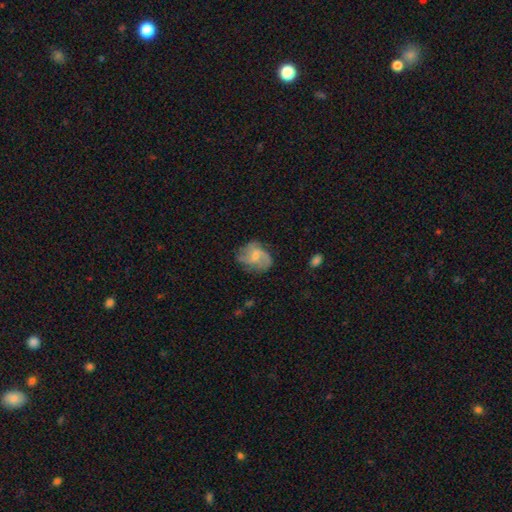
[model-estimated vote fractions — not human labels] This appears to be a featured or disk galaxy (65%) with a weak bar (47%), 2 (40%) medium (43%) spiral arms (87%) and a small central bulge (54%). Merging: none (58%).